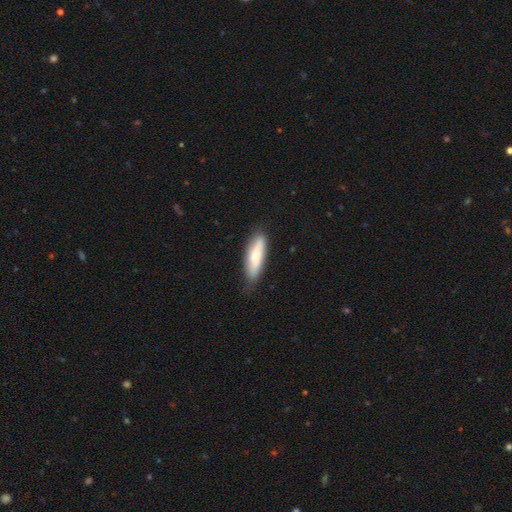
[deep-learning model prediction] Overall: smooth (74%). How rounded: cigar-shaped (50%; in between 48%). Merging: none (73%).